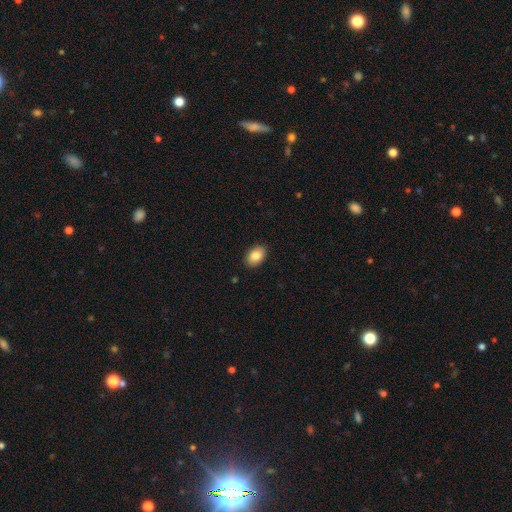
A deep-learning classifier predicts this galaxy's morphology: This appears to be a smooth galaxy with no disk features (86%) that is in between round and cigar-shaped (85%). Merging: none (89%).